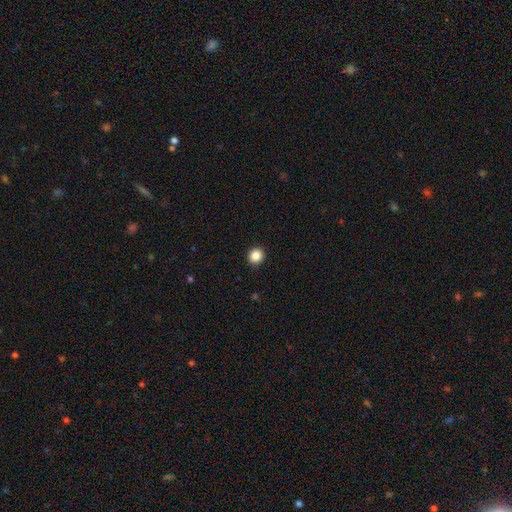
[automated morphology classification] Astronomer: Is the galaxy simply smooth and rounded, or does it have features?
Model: smooth — 87%.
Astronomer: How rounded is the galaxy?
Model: round — 88%.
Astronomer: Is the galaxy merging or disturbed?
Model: none — 92%.